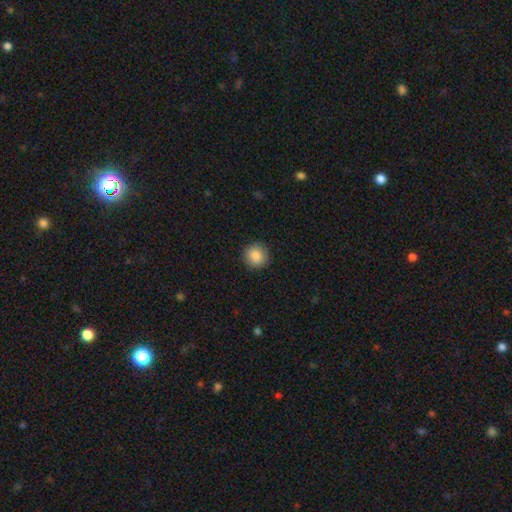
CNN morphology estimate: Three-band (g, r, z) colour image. It shows a smooth galaxy with no disk features (88%) that is round (93%). Merging: none (91%).